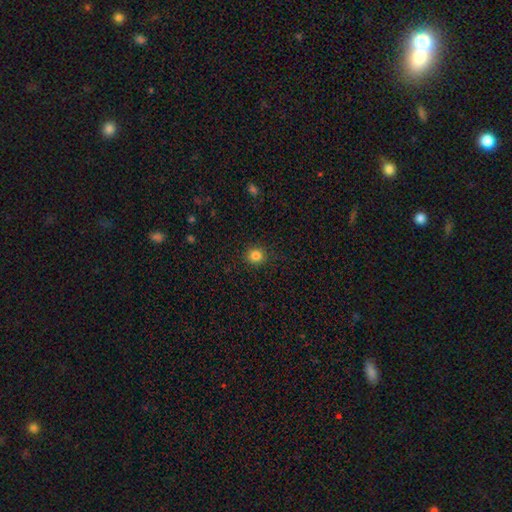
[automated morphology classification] smooth-or-featured: smooth: 83% | star or artifact: 12% | featured or disk: 5%
  how-rounded: round: 87% | in between: 12% | cigar-shaped: 1%
  merging: none: 91% | minor disturbance: 6% | major disturbance: 2% | merger: 1%